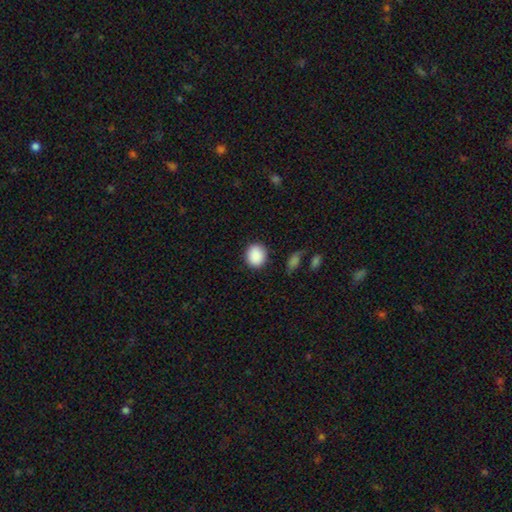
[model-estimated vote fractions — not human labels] Smooth or featured? Predicted: smooth (p=0.89). How rounded? Predicted: round (p=0.72). Merging? Predicted: none (p=0.87).